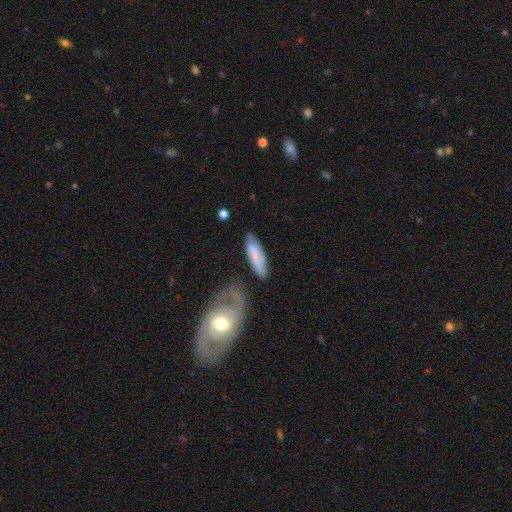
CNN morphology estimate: The model was most divided on "smooth or featured": smooth: 51%, featured or disk: 43%, star or artifact: 7%. More confident: merging — none (64%); how rounded — in between (53%).